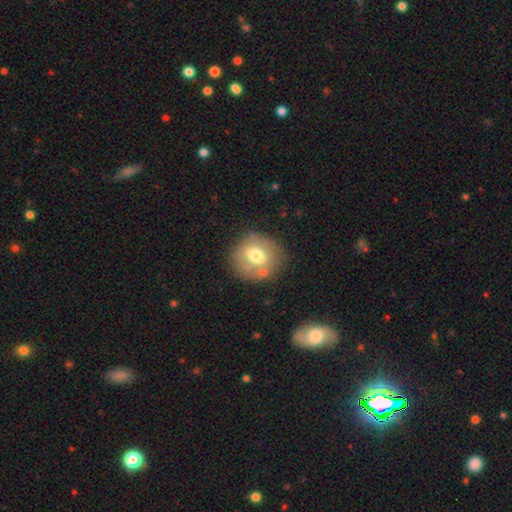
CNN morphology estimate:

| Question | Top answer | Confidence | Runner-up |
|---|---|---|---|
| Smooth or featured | smooth | 62% | featured or disk (29%) |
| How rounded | round | 83% | in between (16%) |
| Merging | none | 71% | minor disturbance (16%) |